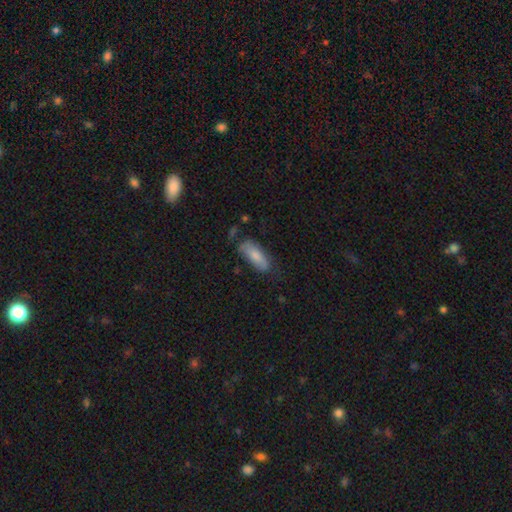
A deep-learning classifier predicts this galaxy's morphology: A smooth galaxy with no disk features (77%) that is in between round and cigar-shaped (74%).

Vote fractions:
- Smooth or featured? smooth: 77% / featured or disk: 17% / star or artifact: 6%
- How rounded? in between: 74% / cigar-shaped: 24% / round: 2%
- Merging? none: 62% / minor disturbance: 27% / major disturbance: 8% / merger: 3%